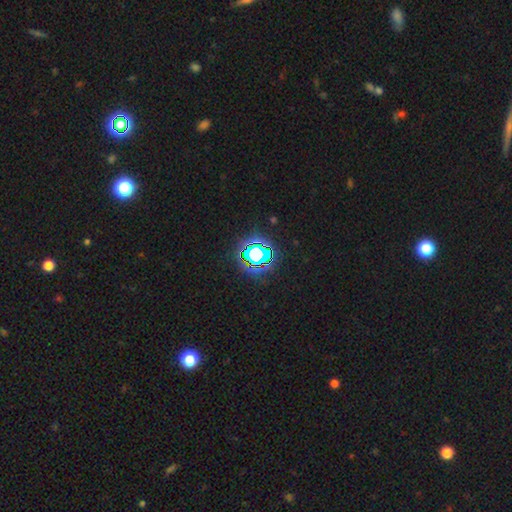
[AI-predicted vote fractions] Smooth or featured: star or artifact — 66% (smooth — 21%)